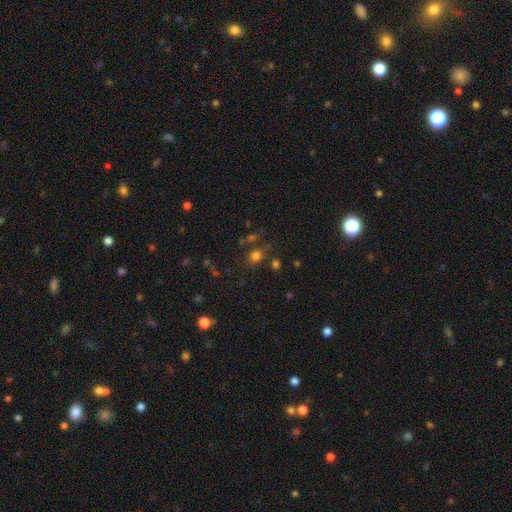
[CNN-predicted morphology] Smooth or featured? Predicted: smooth (p=0.73). How rounded? Predicted: round (p=0.64). Merging? Predicted: none (p=0.74).